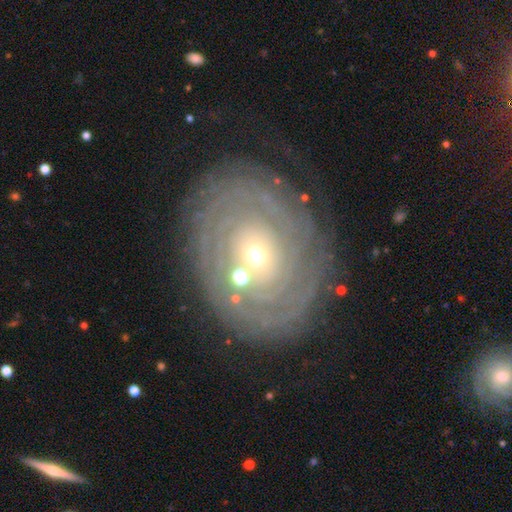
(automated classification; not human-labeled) Smooth or featured? Predicted: featured or disk (p=0.81). Edge-on disk? Predicted: no (p=0.96). Bar? Predicted: no (p=0.84). Spiral arms? Predicted: yes (p=0.88). Spiral winding? Predicted: tight (p=0.87). Spiral arm count? Predicted: can't tell (p=0.39). Bulge size? Predicted: small (p=0.65). Merging? Predicted: none (p=0.78).